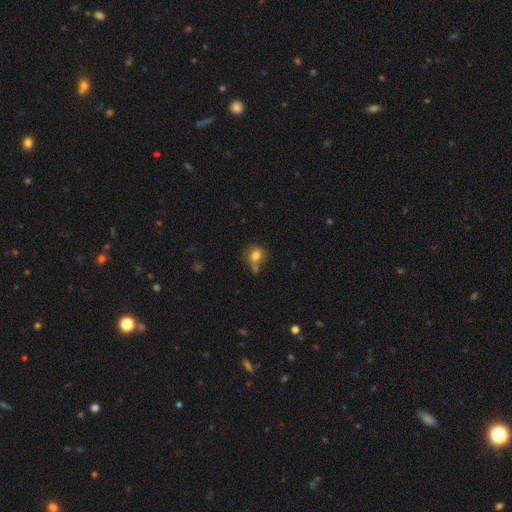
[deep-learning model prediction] smooth-or-featured: smooth: 80% | star or artifact: 11% | featured or disk: 10%
  how-rounded: round: 69% | in between: 30% | cigar-shaped: 1%
  merging: none: 52% | merger: 20% | minor disturbance: 20% | major disturbance: 8%